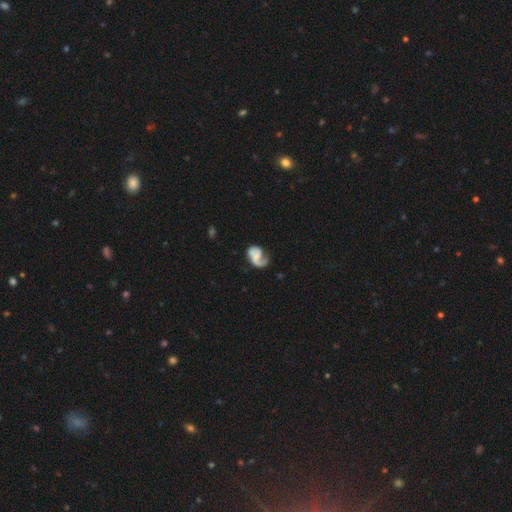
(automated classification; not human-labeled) featured or disk 74%, smooth 20%, star or artifact 6%. Down the decision tree: edge-on disk — no (98%); bar — no (53%); spiral arms — yes (91%); spiral arm count — 1 (48%); spiral winding — loose (42%); bulge size — none (47%); merging — none (44%).